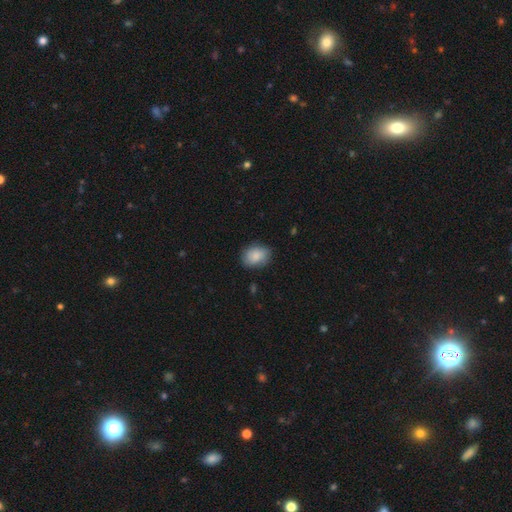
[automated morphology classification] This appears to be a smooth galaxy with no disk features (85%) that is in between round and cigar-shaped (66%). Merging: none (81%).